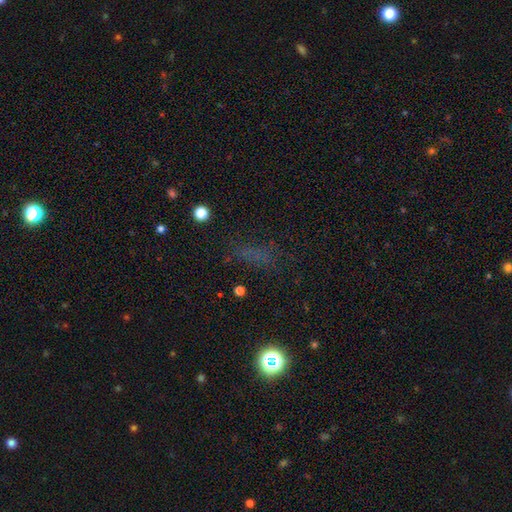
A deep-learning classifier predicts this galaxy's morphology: A star or artifact, not a galaxy (46%).

Vote fractions:
- Smooth or featured? star or artifact: 46% / smooth: 39% / featured or disk: 14%